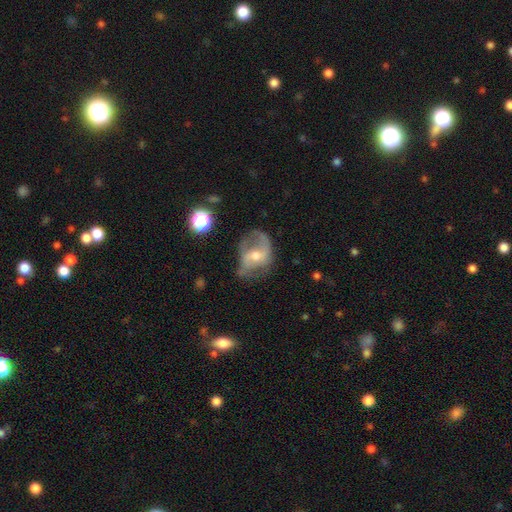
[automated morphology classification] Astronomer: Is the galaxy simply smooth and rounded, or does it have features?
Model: featured or disk — 68%.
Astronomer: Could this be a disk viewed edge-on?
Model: no — 96%.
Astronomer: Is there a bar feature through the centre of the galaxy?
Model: no — 43% (runner-up: weak, 41%).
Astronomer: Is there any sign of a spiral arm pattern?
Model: yes — 77%.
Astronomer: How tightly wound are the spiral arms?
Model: loose — 48% (runner-up: medium, 38%).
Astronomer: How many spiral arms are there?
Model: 2 — 67%.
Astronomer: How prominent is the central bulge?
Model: moderate — 57% (runner-up: small, 36%).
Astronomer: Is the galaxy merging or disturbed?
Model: none — 43% (runner-up: minor disturbance, 28%).